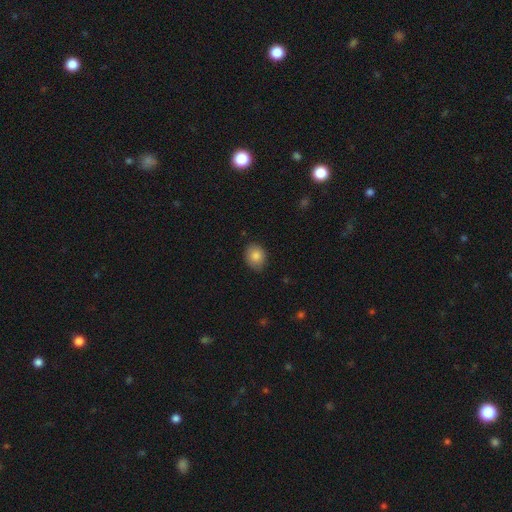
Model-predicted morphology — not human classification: This is clearly a smooth galaxy (85%). How rounded: possibly round (55%). Merging: likely none (80%).